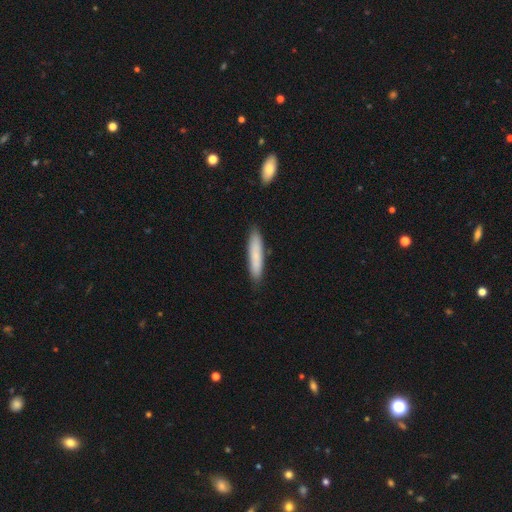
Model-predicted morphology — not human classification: Overall: smooth (79%). How rounded: cigar-shaped (87%). Merging: none (86%).